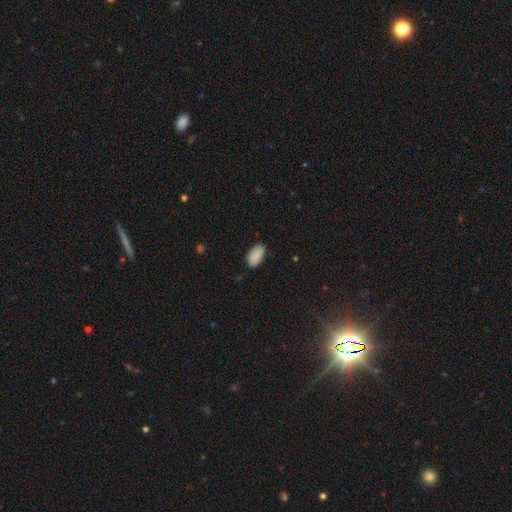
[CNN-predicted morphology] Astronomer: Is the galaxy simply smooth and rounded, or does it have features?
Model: smooth — 89%.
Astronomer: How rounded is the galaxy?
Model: in between — 94%.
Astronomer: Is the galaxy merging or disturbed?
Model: none — 80%.